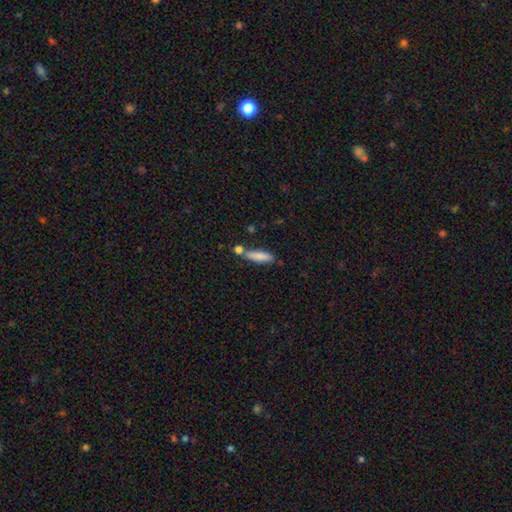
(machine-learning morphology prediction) Smooth or featured?
  - smooth: 82% *
  - featured or disk: 11%
  - star or artifact: 7%
How rounded?
  - cigar-shaped: 63% *
  - in between: 35%
  - round: 2%
Merging?
  - none: 65% *
  - merger: 17%
  - minor disturbance: 14%
  - major disturbance: 4%